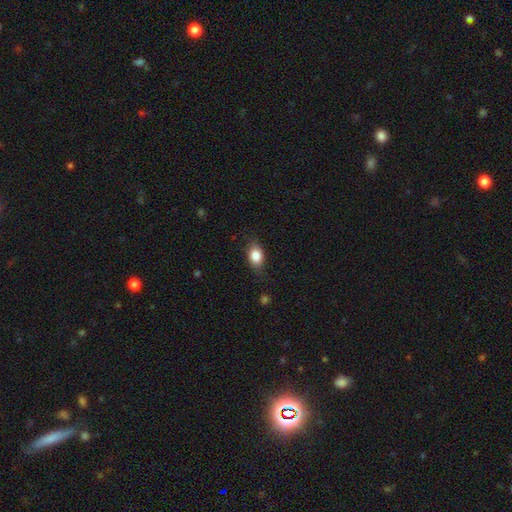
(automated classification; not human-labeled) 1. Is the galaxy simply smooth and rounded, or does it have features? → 83% smooth, 9% featured or disk, 8% star or artifact.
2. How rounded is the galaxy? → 74% in between, 23% round, 3% cigar-shaped.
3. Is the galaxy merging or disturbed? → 77% none, 18% minor disturbance, 4% major disturbance, 1% merger.